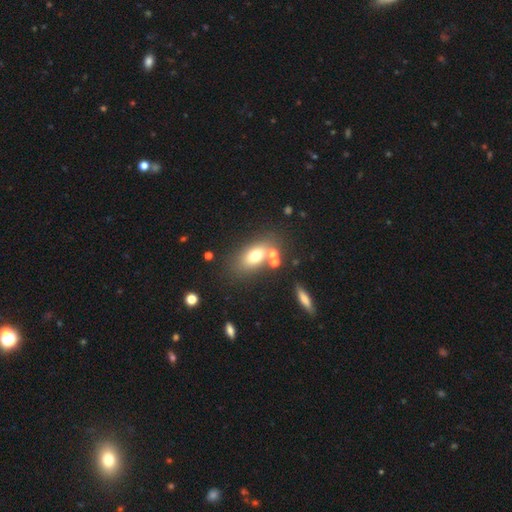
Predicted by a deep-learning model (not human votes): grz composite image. It shows a smooth galaxy with no disk features (68%) that is in between round and cigar-shaped (77%). Merging: none (63%).